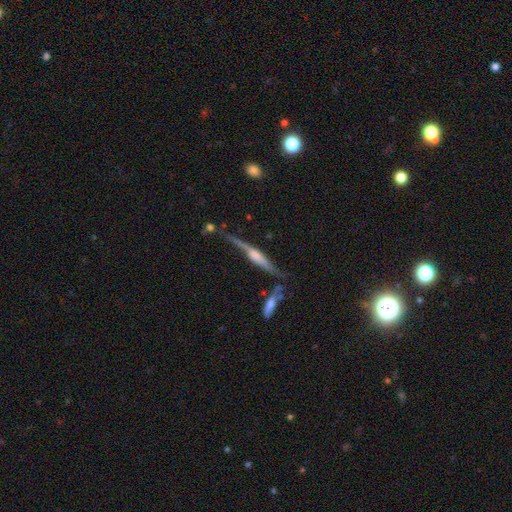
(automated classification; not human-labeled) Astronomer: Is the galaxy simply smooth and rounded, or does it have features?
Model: featured or disk — 72%.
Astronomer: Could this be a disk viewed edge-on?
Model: yes — 94%.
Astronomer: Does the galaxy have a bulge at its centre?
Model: rounded — 55% (runner-up: boxy, 34%).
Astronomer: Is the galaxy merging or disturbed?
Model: none — 59%.